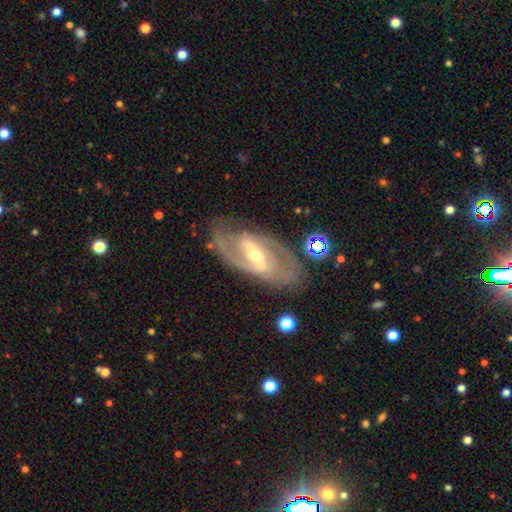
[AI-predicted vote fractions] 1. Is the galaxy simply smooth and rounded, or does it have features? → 88% featured or disk, 7% smooth, 6% star or artifact.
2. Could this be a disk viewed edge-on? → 93% no, 7% yes.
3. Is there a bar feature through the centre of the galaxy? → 62% strong, 29% weak, 8% no.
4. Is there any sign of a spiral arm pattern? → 93% yes, 7% no.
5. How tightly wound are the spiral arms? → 51% medium, 32% tight, 18% loose.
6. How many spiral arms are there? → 84% 2, 7% can't tell, 3% 3, 2% 1, 1% 4, 1% more than 4.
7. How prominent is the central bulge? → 48% moderate, 47% small, 3% large, 1% none, 1% dominant.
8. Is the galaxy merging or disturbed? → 77% none, 14% minor disturbance, 7% major disturbance, 2% merger.